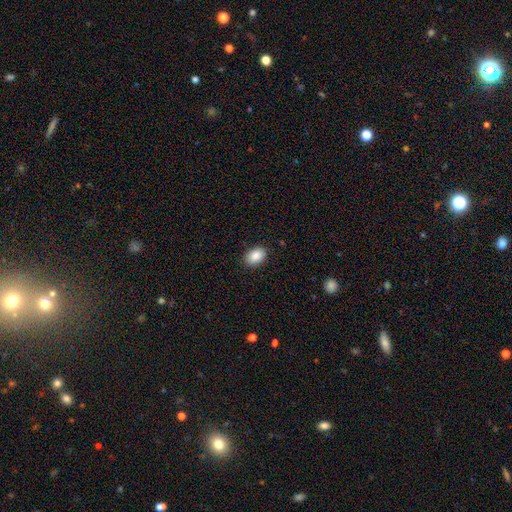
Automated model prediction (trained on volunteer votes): A smooth galaxy with no disk features (89%) that is in between round and cigar-shaped (86%). Merging: none (88%).